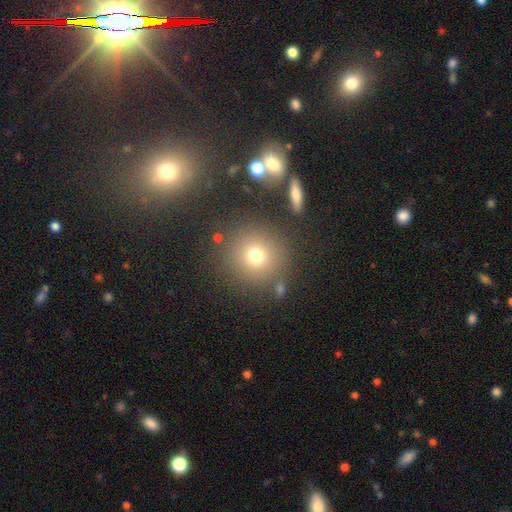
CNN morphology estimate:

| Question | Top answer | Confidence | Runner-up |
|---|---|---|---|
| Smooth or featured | smooth | 72% | star or artifact (17%) |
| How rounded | round | 93% | in between (6%) |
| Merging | none | 82% | minor disturbance (9%) |